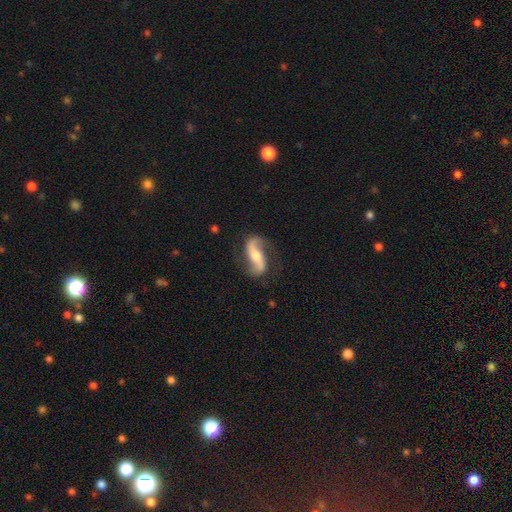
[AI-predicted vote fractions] Morphology: type=featured or disk (85%); edge-on=no (94%); bar=strong (39%); spiral arms=yes (96%); winding=loose (62%); arm count=2 (93%); bulge=moderate (57%); merging=none (78%).